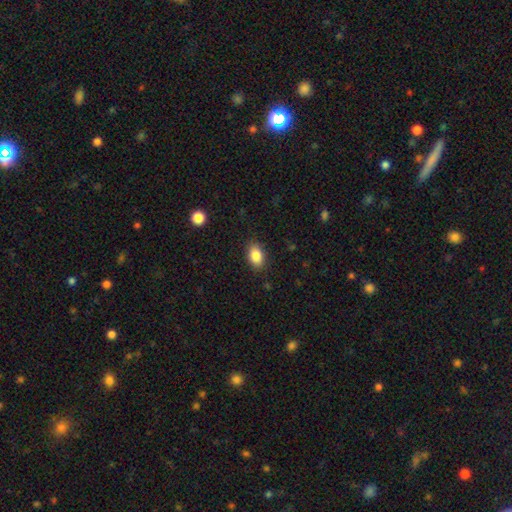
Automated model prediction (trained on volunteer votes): Overall: smooth (86%). How rounded: in between (86%). Merging: none (86%).